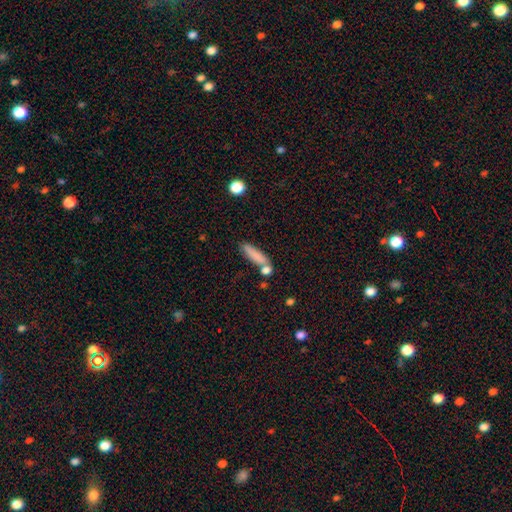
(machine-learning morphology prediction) type=smooth (81%); roundness=cigar-shaped (64%); merging=none (60%).